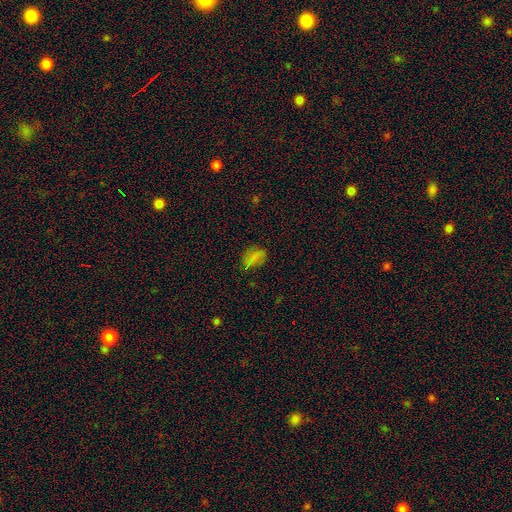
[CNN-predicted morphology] This appears to be a smooth galaxy with no disk features (60%) that is in between round and cigar-shaped (69%). Merging: none (69%).